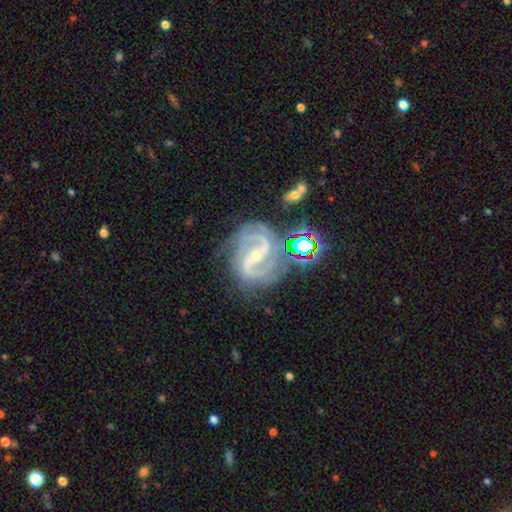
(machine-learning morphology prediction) This appears to be a featured or disk galaxy (91%) with a strong bar (53%), 2 (87%) medium (58%) spiral arms (98%) and a small central bulge (69%). Merging: none (68%).